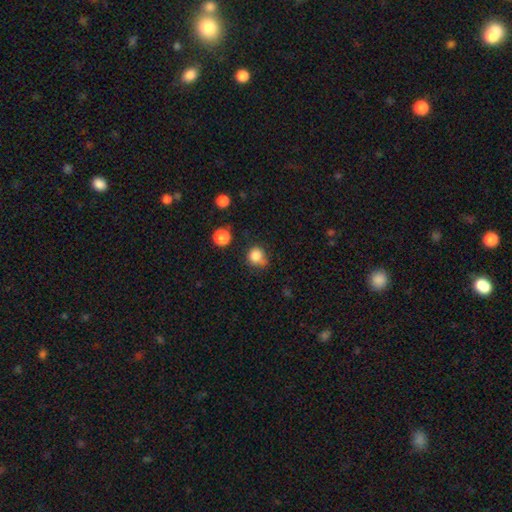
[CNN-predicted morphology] Smooth or featured: smooth — 83% (star or artifact — 12%)
How rounded: round — 85% (in between — 14%)
Merging: none — 62% (minor disturbance — 23%)